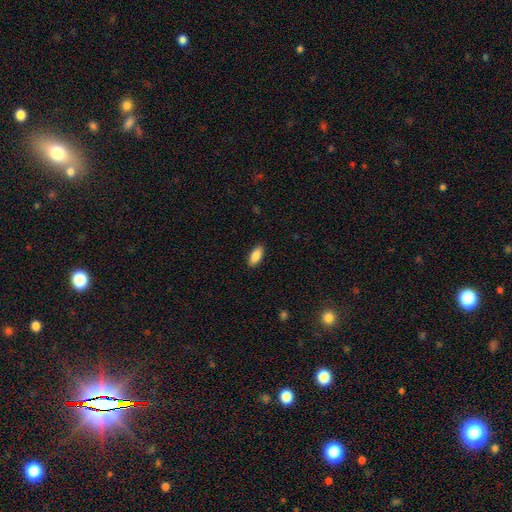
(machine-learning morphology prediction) Smooth or featured? smooth (87%)
How rounded? in between (88%)
Merging? none (89%)